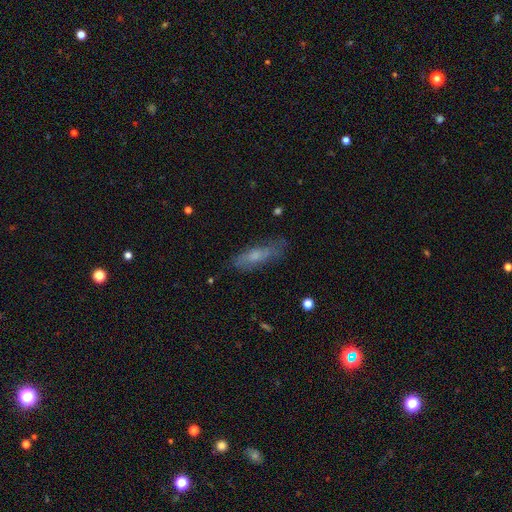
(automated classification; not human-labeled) Smooth or featured? smooth (58%)
How rounded? cigar-shaped (52%)
Merging? none (69%)